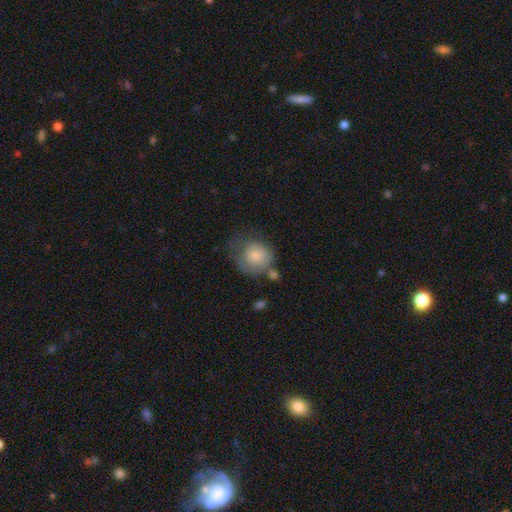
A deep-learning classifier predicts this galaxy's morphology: This appears to be a smooth galaxy with no disk features (75%) that is round (76%). Merging: none (36%).